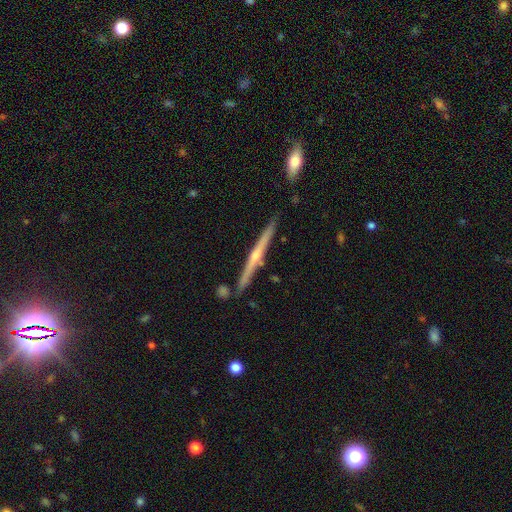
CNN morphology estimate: A featured or disk galaxy (77%) viewed edge-on (97%) with a rounded central bulge (80%).

Vote fractions:
- Smooth or featured? featured or disk: 77% / smooth: 15% / star or artifact: 8%
- Edge-on disk? yes: 97% / no: 3%
- Edge-on bulge? rounded: 80% / none: 14% / boxy: 6%
- Merging? none: 83% / minor disturbance: 11% / merger: 3% / major disturbance: 2%